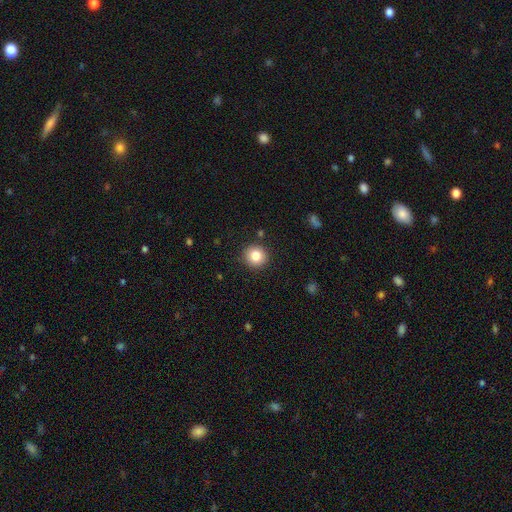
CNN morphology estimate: A smooth galaxy with no disk features (83%) that is round (93%). Merging: none (91%).